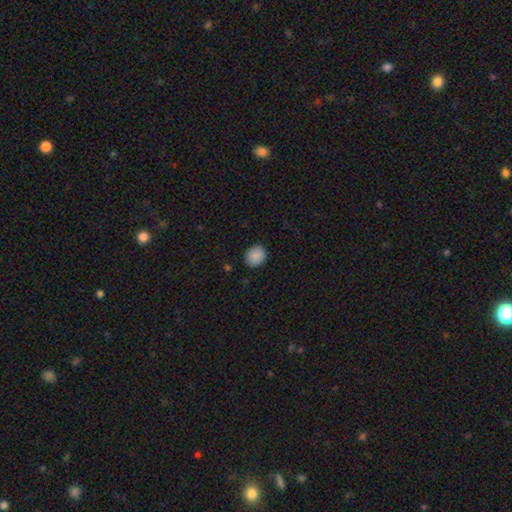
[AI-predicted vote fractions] Morphology: type=smooth (89%); roundness=round (69%); merging=none (88%).